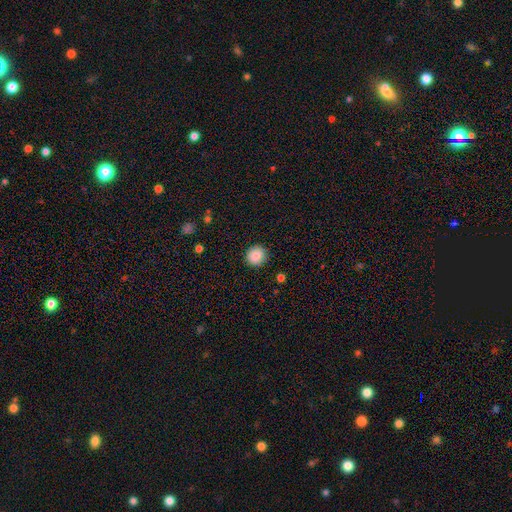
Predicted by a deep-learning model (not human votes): Overall: smooth (87%). How rounded: round (90%). Merging: none (91%).